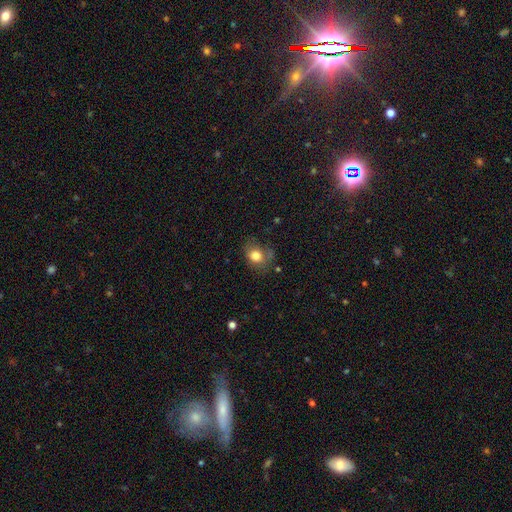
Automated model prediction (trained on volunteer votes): This appears to be a smooth galaxy with no disk features (79%) that is round (53%). Merging: none (58%).